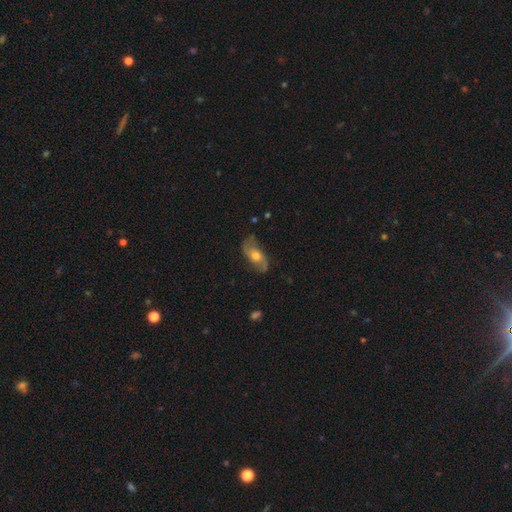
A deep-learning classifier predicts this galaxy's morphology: The model was most divided on "spiral winding": loose: 58%, medium: 31%, tight: 11%. More confident: edge-on disk — no (90%); spiral arm count — 2 (88%); spiral arms — yes (86%); merging — none (72%); bar — no (71%); bulge size — moderate (70%); smooth or featured — featured or disk (68%).